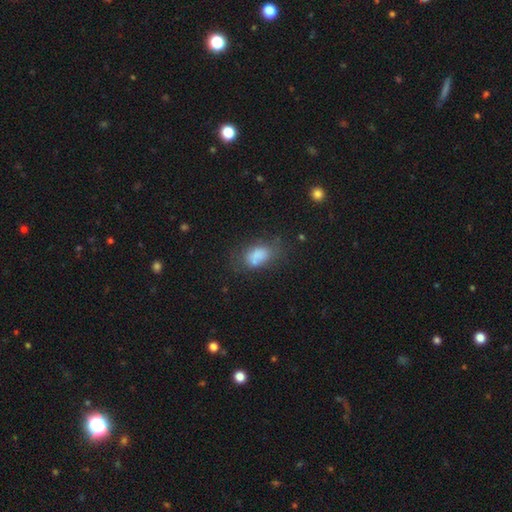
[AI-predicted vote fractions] Overall: smooth (74%). How rounded: in between (82%). Merging: none (48%; minor disturbance 24%).